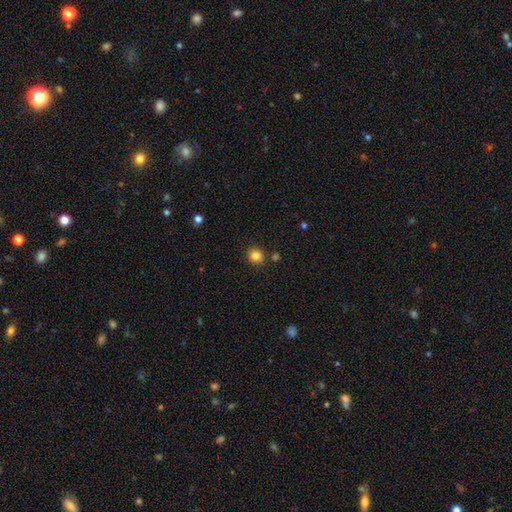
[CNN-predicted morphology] Smooth or featured? Predicted: smooth (p=0.85). How rounded? Predicted: round (p=0.89). Merging? Predicted: none (p=0.85).